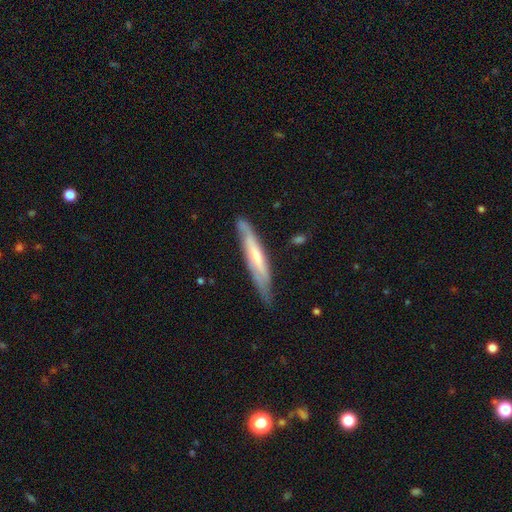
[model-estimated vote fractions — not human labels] Overall: featured or disk (57%; smooth 37%). Edge-on disk: yes (68%; no 32%). Merging: none (74%).